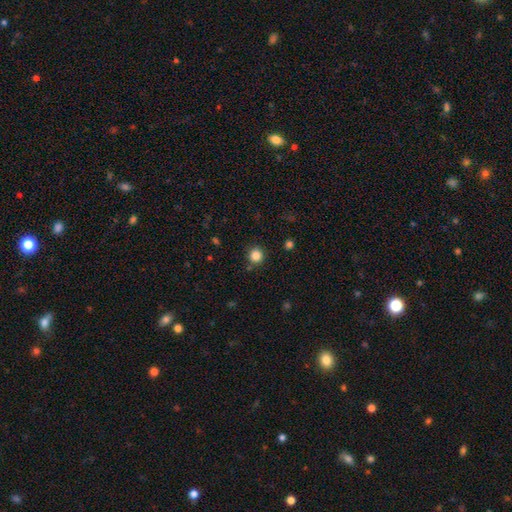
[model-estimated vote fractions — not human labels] Smooth or featured? smooth (84%)
How rounded? round (93%)
Merging? none (87%)